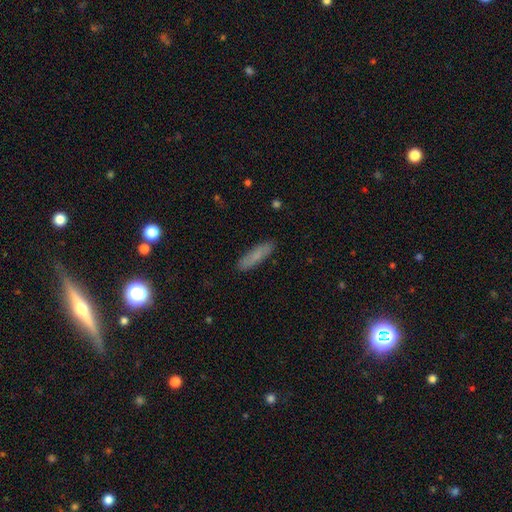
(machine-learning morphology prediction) Overall: smooth (76%). How rounded: cigar-shaped (74%). Merging: none (87%).